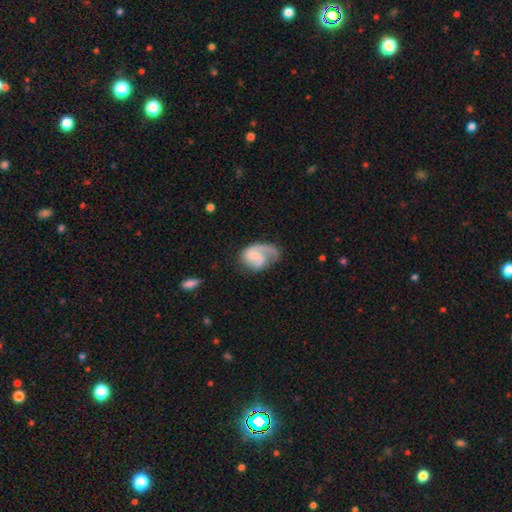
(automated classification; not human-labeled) Smooth or featured?
  - featured or disk: 67% *
  - smooth: 26%
  - star or artifact: 6%
Edge-on disk?
  - no: 97% *
  - yes: 3%
Bar?
  - no: 55% *
  - weak: 38%
  - strong: 7%
Spiral arms?
  - yes: 90% *
  - no: 10%
Spiral winding?
  - medium: 41% *
  - loose: 34%
  - tight: 25%
Spiral arm count?
  - 1: 62% *
  - 2: 28%
  - can't tell: 7%
  - 3: 2%
  - 4: 1%
  - more than 4: 1%
Bulge size?
  - small: 47% *
  - none: 25%
  - moderate: 23%
  - large: 4%
  - dominant: 1%
Merging?
  - none: 42% *
  - major disturbance: 31%
  - minor disturbance: 24%
  - merger: 3%